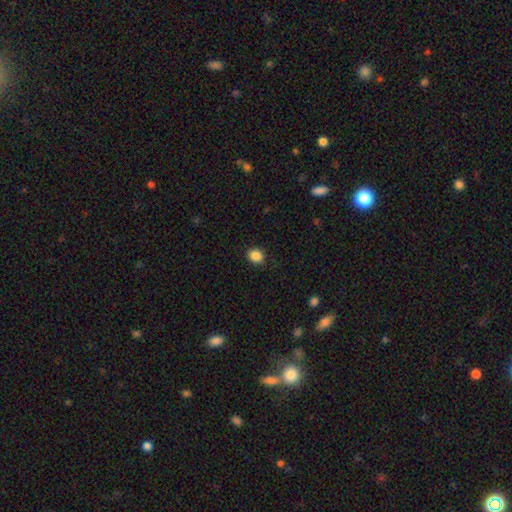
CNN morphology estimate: This is clearly a smooth galaxy (88%). How rounded: likely round (67%). Merging: clearly none (89%).